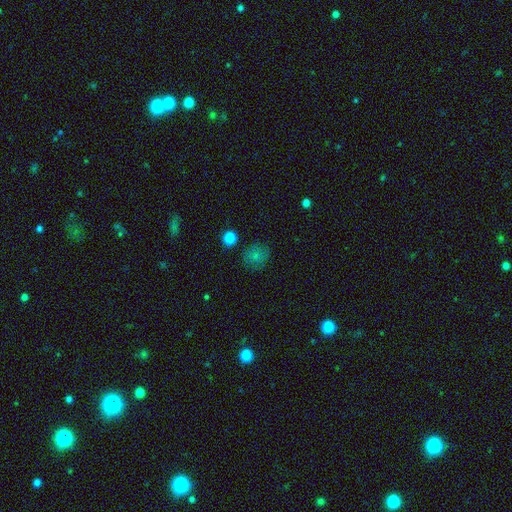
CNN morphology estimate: Smooth or featured? Predicted: smooth (p=0.77). How rounded? Predicted: round (p=0.81). Merging? Predicted: none (p=0.80).